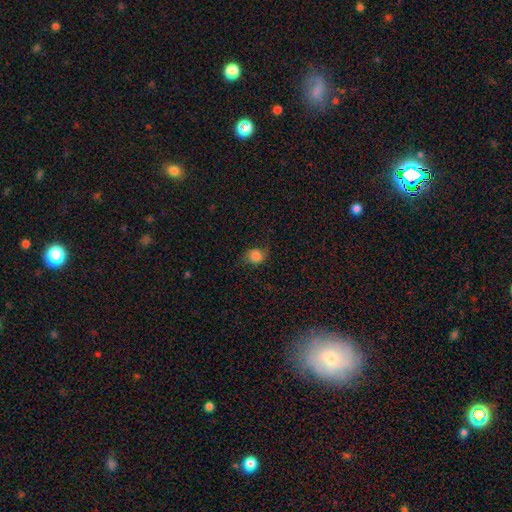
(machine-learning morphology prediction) Overall: smooth (79%). How rounded: round (74%). Merging: none (71%).